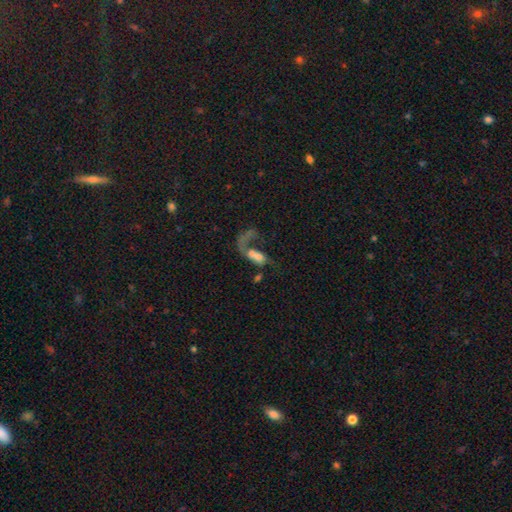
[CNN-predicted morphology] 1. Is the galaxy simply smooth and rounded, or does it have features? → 48% featured or disk, 40% smooth, 12% star or artifact.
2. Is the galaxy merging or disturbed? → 43% merger, 35% major disturbance, 15% none, 7% minor disturbance.